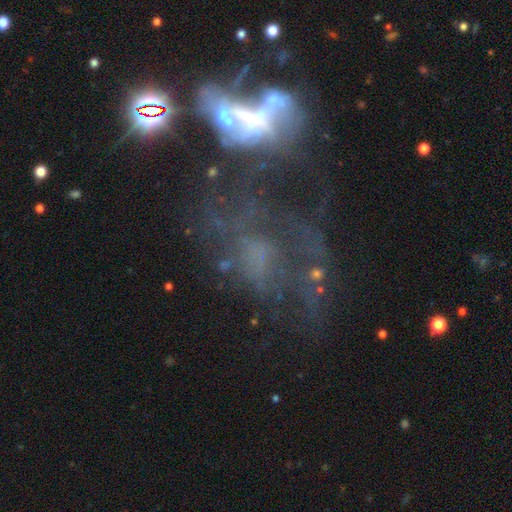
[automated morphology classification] smooth-or-featured: featured or disk: 55% | star or artifact: 27% | smooth: 18%
  disk-edge-on: no: 94% | yes: 6%
    bar: no: 78% | weak: 14% | strong: 8%
    has-spiral-arms: no: 78% | yes: 22%
    bulge-size: none: 60% | small: 17% | moderate: 16% | large: 5% | dominant: 2%
  merging: major disturbance: 38% | merger: 35% | none: 18% | minor disturbance: 10%